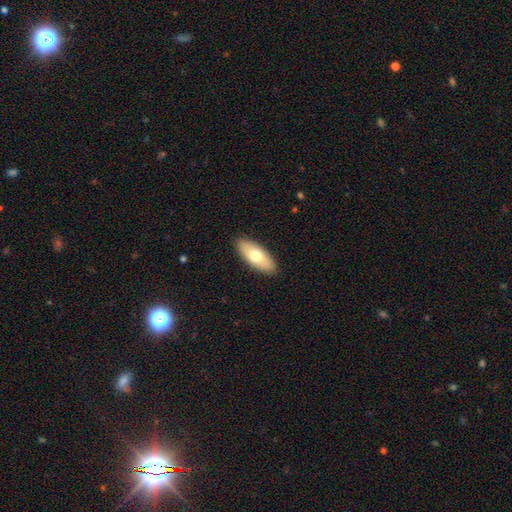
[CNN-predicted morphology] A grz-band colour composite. It shows a smooth galaxy with no disk features (70%) that is in between round and cigar-shaped (81%). Merging: none (89%).